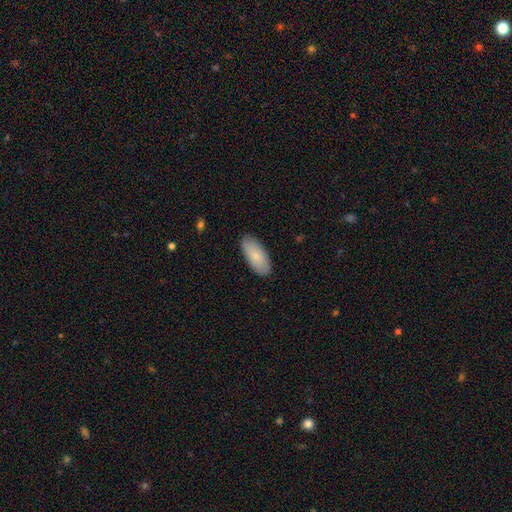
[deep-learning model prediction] Overall: smooth (81%). How rounded: in between (90%). Merging: none (87%).